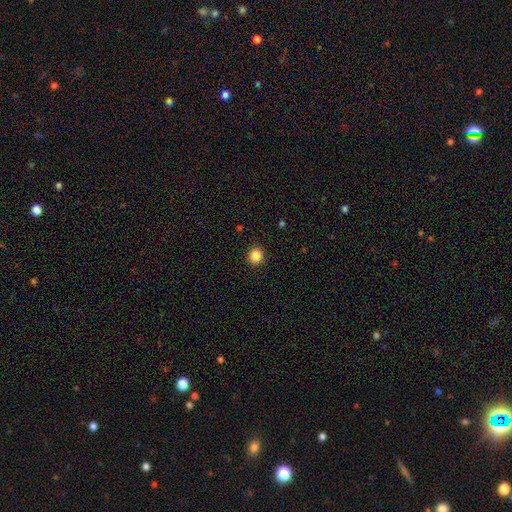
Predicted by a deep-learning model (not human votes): smooth-or-featured: smooth: 86% | star or artifact: 11% | featured or disk: 4%
  how-rounded: round: 88% | in between: 11% | cigar-shaped: 1%
  merging: none: 91% | minor disturbance: 6% | major disturbance: 2% | merger: 1%